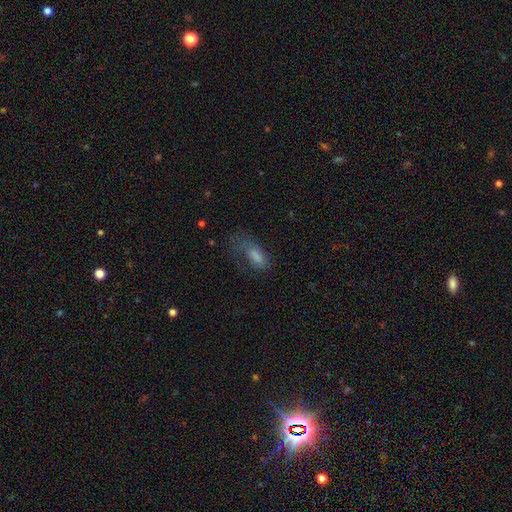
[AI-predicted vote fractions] A smooth galaxy with no disk features (56%) that is in between round and cigar-shaped (80%).

Vote fractions:
- Smooth or featured? smooth: 56% / featured or disk: 28% / star or artifact: 16%
- How rounded? in between: 80% / cigar-shaped: 15% / round: 5%
- Merging? none: 38% / major disturbance: 37% / minor disturbance: 22% / merger: 3%